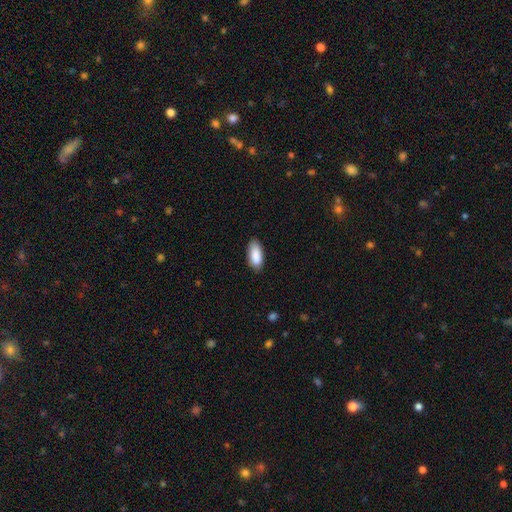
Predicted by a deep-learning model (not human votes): Morphology: type=smooth (90%); roundness=in between (90%); merging=none (84%).